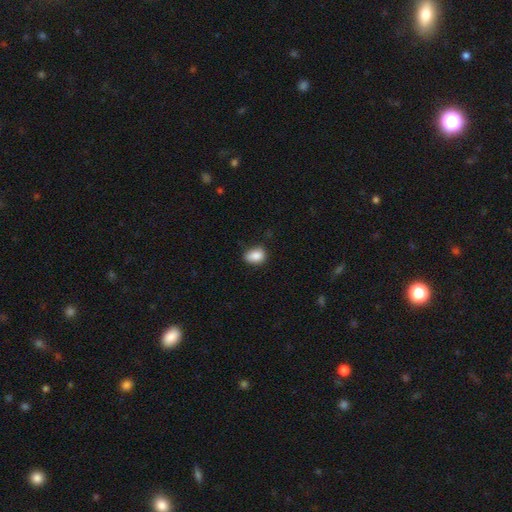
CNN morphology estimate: Smooth or featured?
  - smooth: 88% *
  - star or artifact: 8%
  - featured or disk: 4%
How rounded?
  - in between: 72% *
  - round: 26%
  - cigar-shaped: 1%
Merging?
  - none: 72% *
  - minor disturbance: 23%
  - major disturbance: 4%
  - merger: 1%